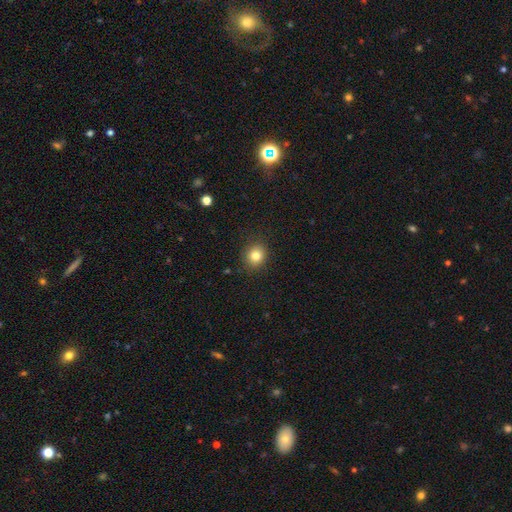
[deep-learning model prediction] smooth 82%, star or artifact 11%, featured or disk 6%. Down the decision tree: how rounded — round (80%); merging — none (89%).